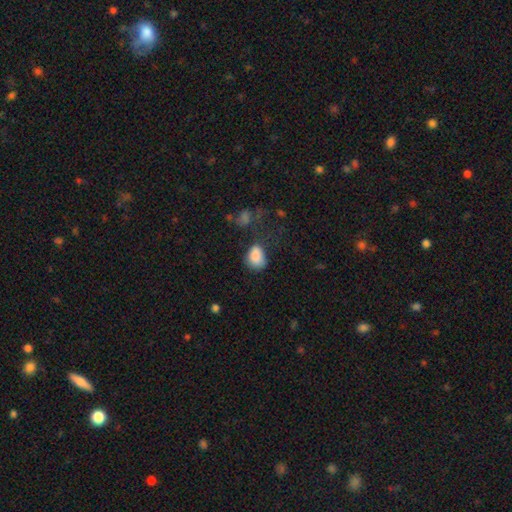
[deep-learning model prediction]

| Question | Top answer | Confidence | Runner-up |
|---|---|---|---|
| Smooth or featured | smooth | 85% | star or artifact (9%) |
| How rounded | in between | 69% | round (29%) |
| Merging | none | 51% | minor disturbance (28%) |